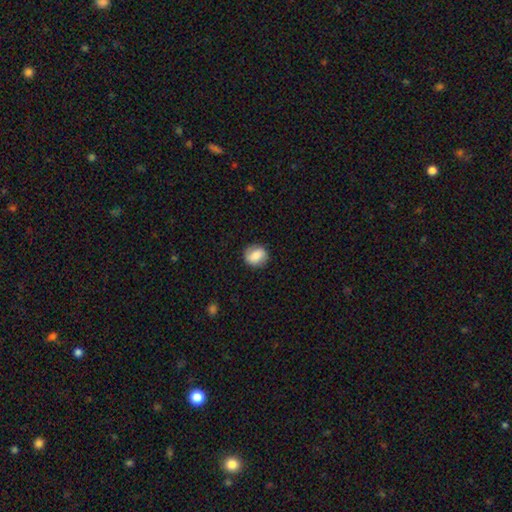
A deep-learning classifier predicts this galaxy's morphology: smooth-or-featured: smooth: 76% | featured or disk: 17% | star or artifact: 8%
  how-rounded: round: 69% | in between: 30% | cigar-shaped: 1%
  merging: none: 83% | minor disturbance: 12% | major disturbance: 3% | merger: 1%